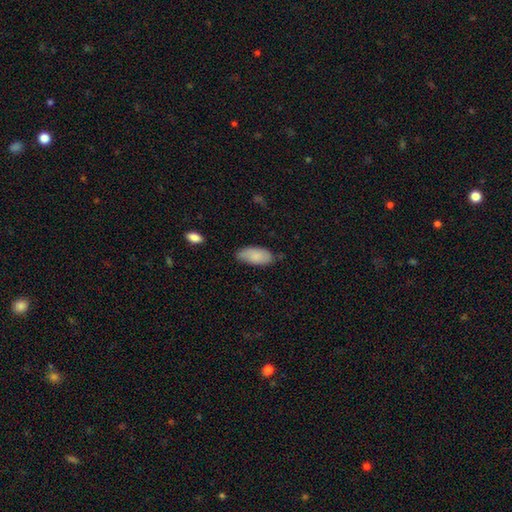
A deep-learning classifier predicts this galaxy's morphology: smooth-or-featured: smooth: 84% | featured or disk: 9% | star or artifact: 6%
  how-rounded: in between: 92% | cigar-shaped: 7% | round: 2%
  merging: none: 71% | minor disturbance: 23% | major disturbance: 4% | merger: 2%